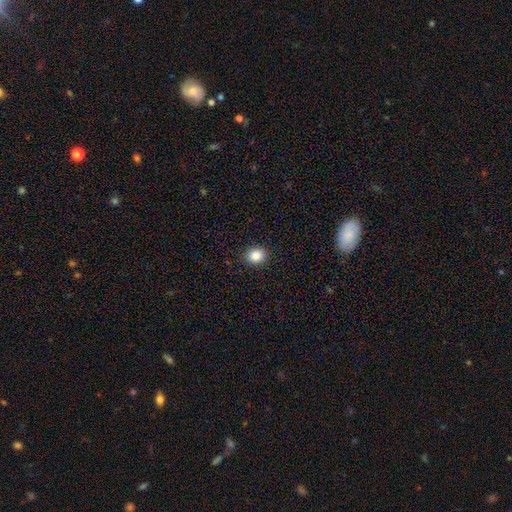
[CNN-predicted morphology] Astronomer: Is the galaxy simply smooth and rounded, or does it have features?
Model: smooth — 87%.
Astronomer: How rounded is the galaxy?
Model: round — 65%.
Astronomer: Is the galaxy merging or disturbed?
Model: none — 90%.